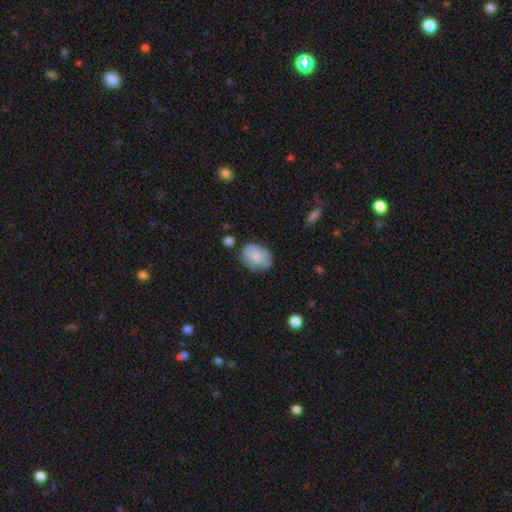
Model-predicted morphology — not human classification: This is likely a smooth galaxy (70%). How rounded: likely in between (72%). Merging: likely none (66%).